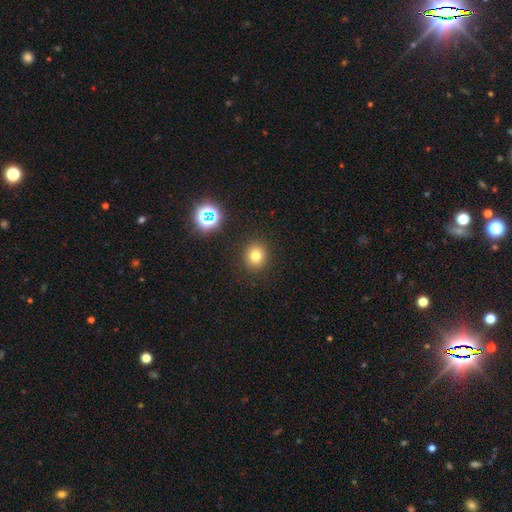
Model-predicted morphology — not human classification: smooth-or-featured: smooth: 77% | star or artifact: 16% | featured or disk: 7%
  how-rounded: round: 85% | in between: 14% | cigar-shaped: 1%
  merging: none: 90% | minor disturbance: 6% | major disturbance: 2% | merger: 2%